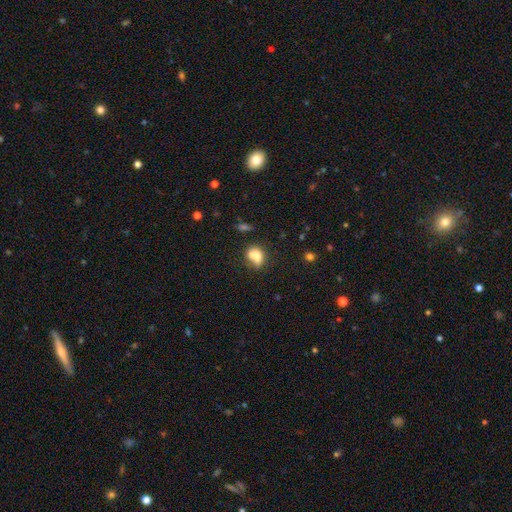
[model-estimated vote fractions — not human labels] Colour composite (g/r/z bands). It shows a smooth galaxy with no disk features (70%) that is in between round and cigar-shaped (50%). Merging: merger (53%).